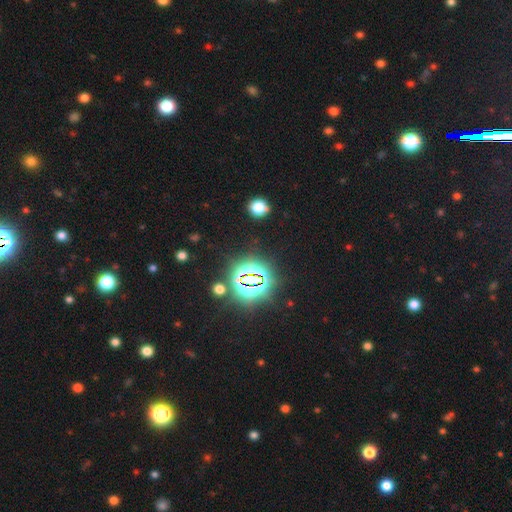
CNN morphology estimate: Q: Smooth or featured?
A: star or artifact (81%); runner-up: smooth (12%)